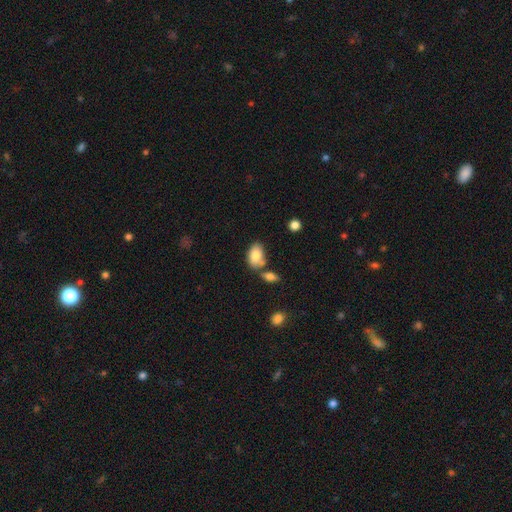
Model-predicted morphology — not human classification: Smooth or featured? smooth (83%)
How rounded? in between (90%)
Merging? none (55%)